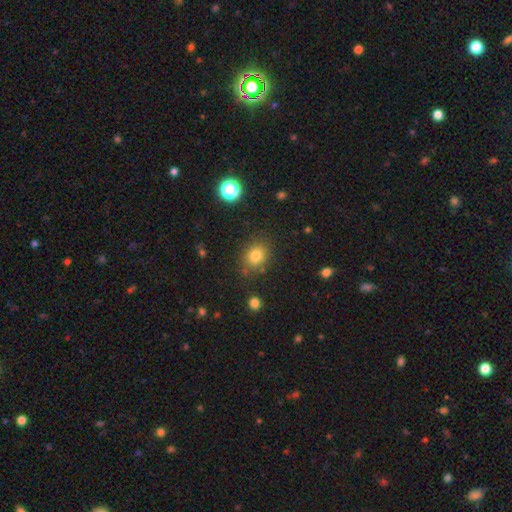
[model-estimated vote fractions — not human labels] Overall: smooth (79%). How rounded: round (68%; in between 31%). Merging: none (81%).